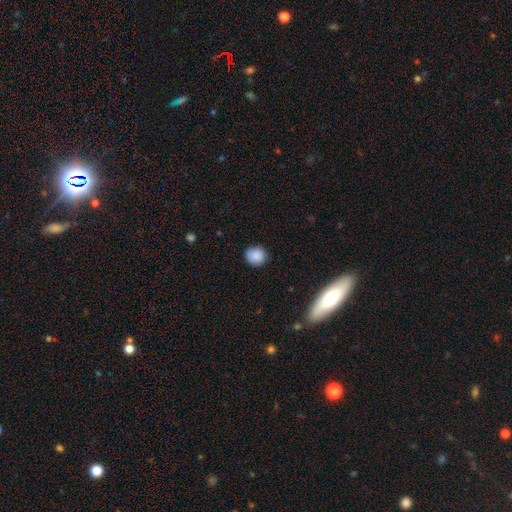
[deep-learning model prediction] Overall: smooth (87%). How rounded: round (89%). Merging: none (87%).